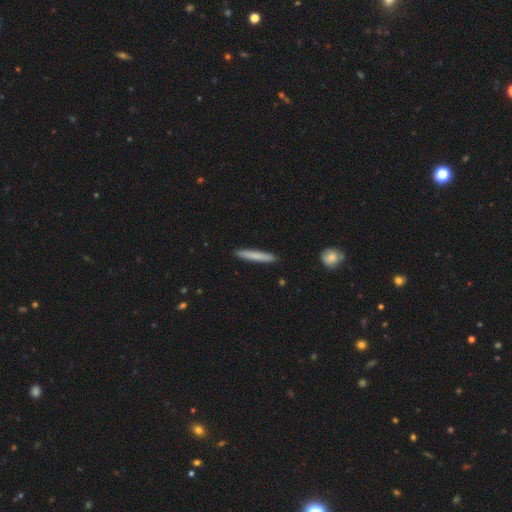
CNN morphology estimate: A smooth galaxy with no disk features (77%) that is cigar-shaped (95%).

Vote fractions:
- Smooth or featured? smooth: 77% / featured or disk: 18% / star or artifact: 5%
- How rounded? cigar-shaped: 95% / in between: 3% / round: 1%
- Merging? none: 92% / minor disturbance: 6% / major disturbance: 1% / merger: 1%